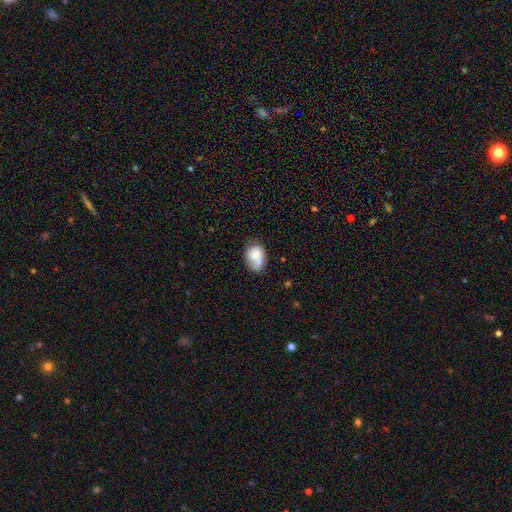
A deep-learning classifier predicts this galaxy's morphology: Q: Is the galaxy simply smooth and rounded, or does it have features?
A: smooth — 71%.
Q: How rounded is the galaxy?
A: in between — 76%.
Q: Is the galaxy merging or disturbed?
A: none — 48%.